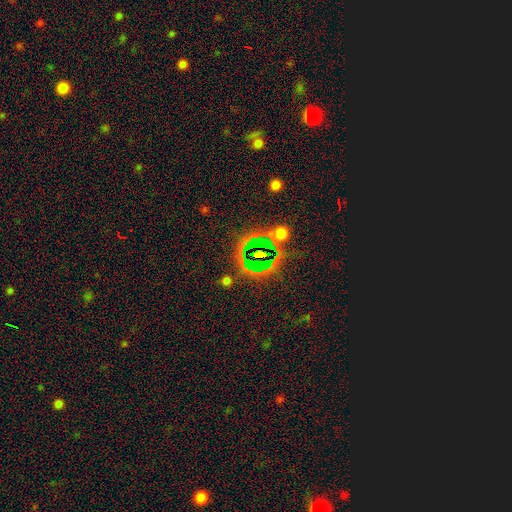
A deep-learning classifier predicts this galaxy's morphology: This is likely a star or artifact rather than a galaxy (69%).